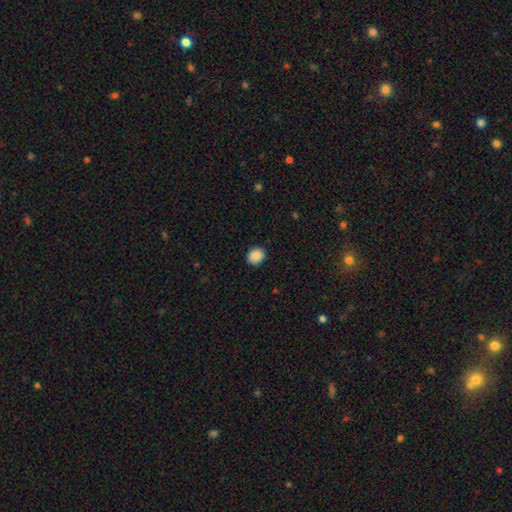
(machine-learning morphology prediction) type=smooth (89%); roundness=round (65%); merging=none (89%).